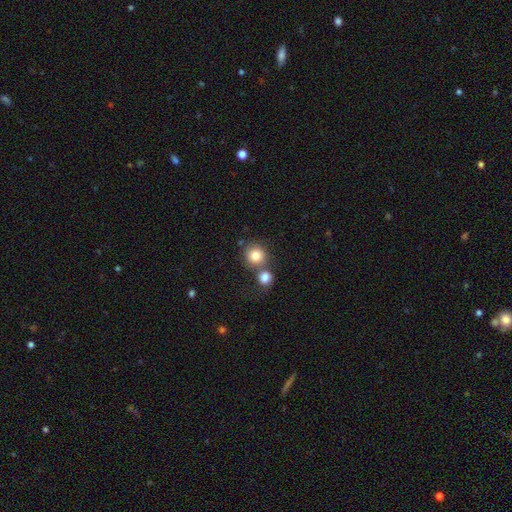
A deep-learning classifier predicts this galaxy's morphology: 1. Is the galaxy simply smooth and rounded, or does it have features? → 80% smooth, 10% star or artifact, 10% featured or disk.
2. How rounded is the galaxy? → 88% round, 11% in between, 1% cigar-shaped.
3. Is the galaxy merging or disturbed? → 51% none, 37% merger, 8% minor disturbance, 4% major disturbance.